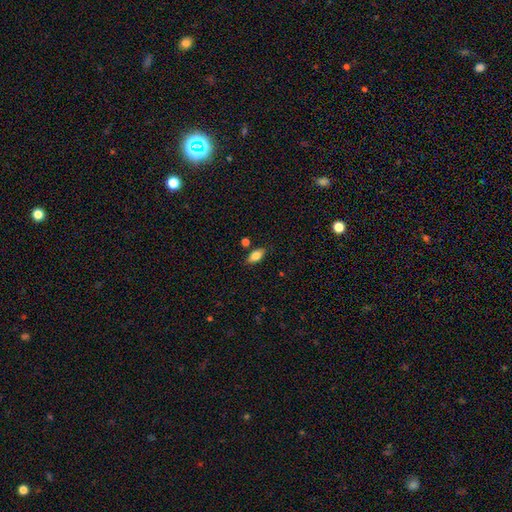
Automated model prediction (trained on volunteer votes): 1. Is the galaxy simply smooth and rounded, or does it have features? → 78% smooth, 14% featured or disk, 8% star or artifact.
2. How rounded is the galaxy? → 88% in between, 8% cigar-shaped, 4% round.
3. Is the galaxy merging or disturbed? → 81% none, 12% minor disturbance, 5% merger, 3% major disturbance.